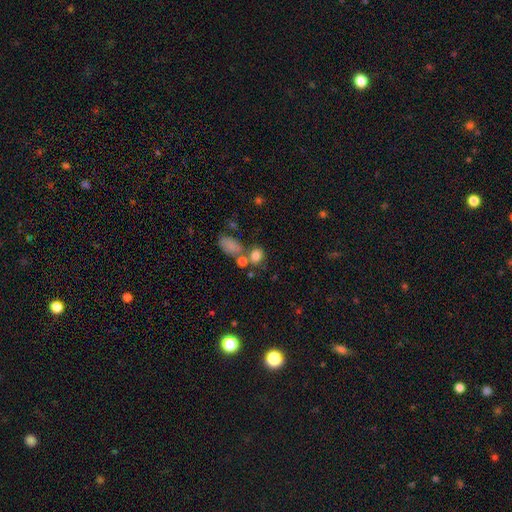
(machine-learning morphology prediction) This appears to be a smooth galaxy with no disk features (79%) that is round (52%). Merging: none (56%).